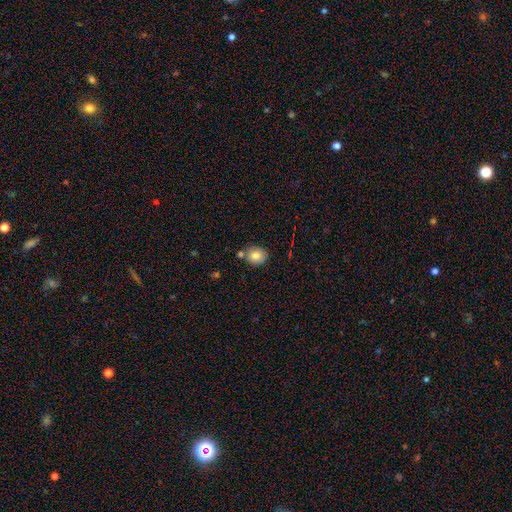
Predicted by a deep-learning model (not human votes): Q: Smooth or featured?
A: smooth (80%); runner-up: featured or disk (11%)
Q: How rounded?
A: round (75%); runner-up: in between (24%)
Q: Merging?
A: none (70%); runner-up: merger (14%)